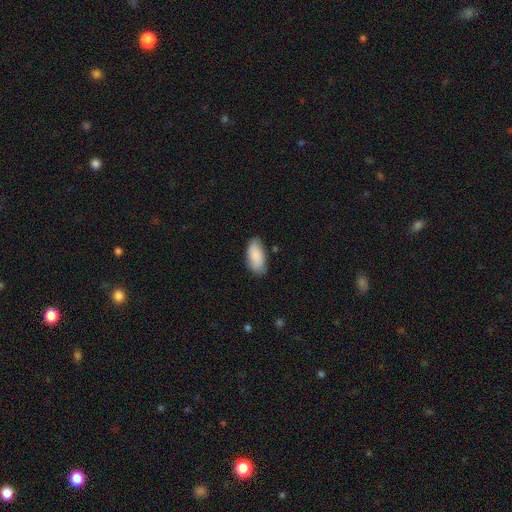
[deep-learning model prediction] smooth_or_featured: smooth (p=0.88) [alt: featured or disk p=0.06]
how_rounded: in between (p=0.92) [alt: cigar-shaped p=0.06]
merging: none (p=0.77) [alt: minor disturbance p=0.19]